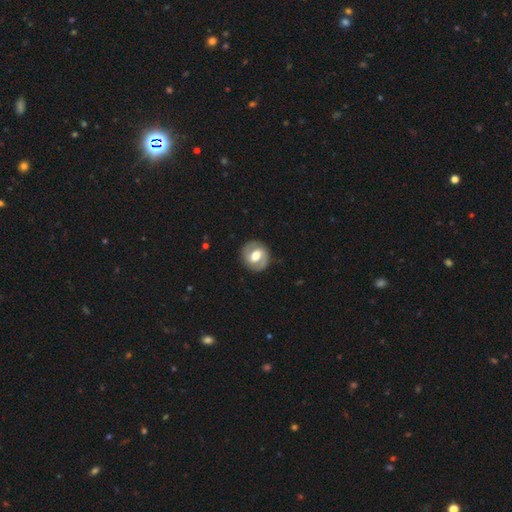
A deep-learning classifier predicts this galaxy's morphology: smooth_or_featured: featured or disk (p=0.68) [alt: smooth p=0.26]
disk_edge_on: no (p=0.97) [alt: yes p=0.03]
bar: weak (p=0.47) [alt: strong p=0.27]
has_spiral_arms: yes (p=0.78) [alt: no p=0.22]
spiral_winding: medium (p=0.45) [alt: tight p=0.37]
spiral_arm_count: 2 (p=0.89) [alt: can't tell p=0.06]
bulge_size: moderate (p=0.60) [alt: large p=0.30]
merging: none (p=0.86) [alt: minor disturbance p=0.10]